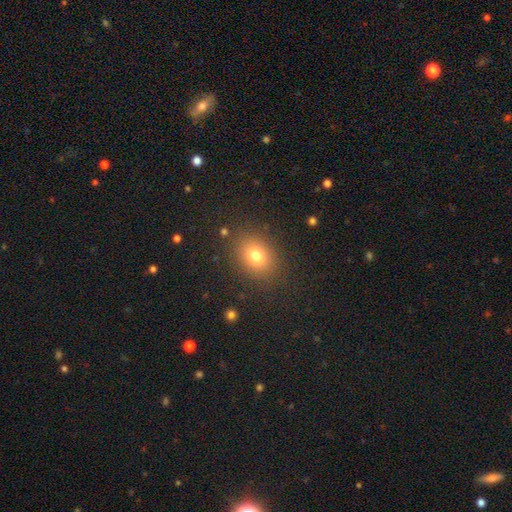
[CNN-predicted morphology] Overall: smooth (76%). How rounded: round (51%; in between 48%). Merging: none (85%).